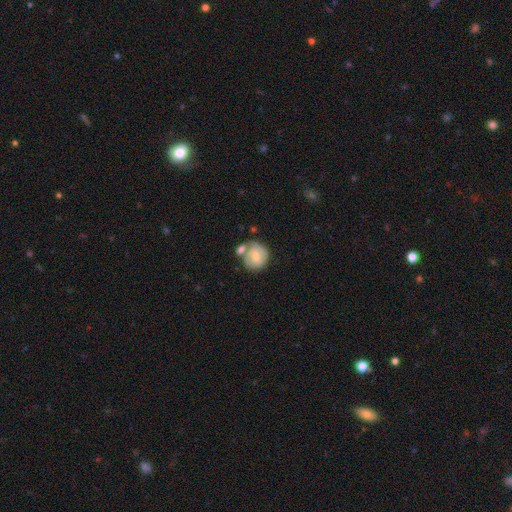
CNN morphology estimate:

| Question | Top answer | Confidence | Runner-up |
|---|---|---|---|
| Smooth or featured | smooth | 59% | featured or disk (34%) |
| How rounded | round | 81% | in between (18%) |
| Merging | none | 44% | merger (33%) |